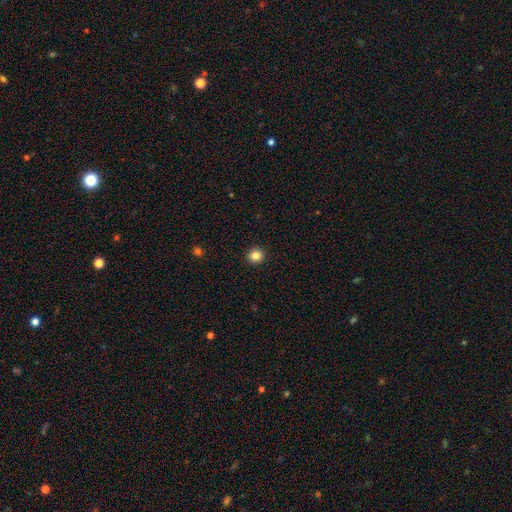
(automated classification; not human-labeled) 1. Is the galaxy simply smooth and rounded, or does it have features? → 84% smooth, 11% star or artifact, 5% featured or disk.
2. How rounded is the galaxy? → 92% round, 7% in between, 1% cigar-shaped.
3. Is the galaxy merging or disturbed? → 93% none, 4% minor disturbance, 2% major disturbance, 1% merger.